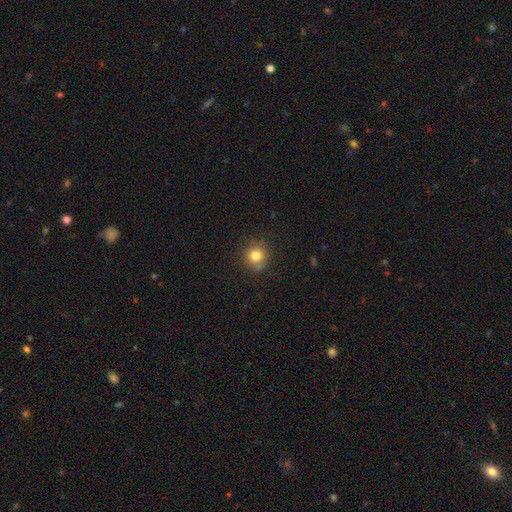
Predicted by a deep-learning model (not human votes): Smooth or featured?
  - smooth: 79% *
  - star or artifact: 13%
  - featured or disk: 8%
How rounded?
  - round: 91% *
  - in between: 8%
  - cigar-shaped: 1%
Merging?
  - none: 79% *
  - minor disturbance: 12%
  - merger: 6%
  - major disturbance: 3%